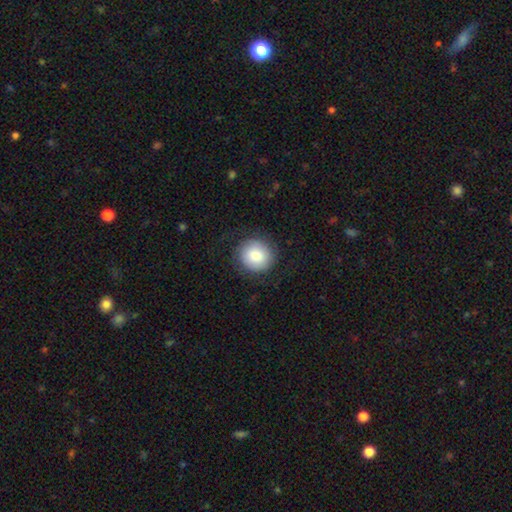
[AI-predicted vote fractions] Smooth or featured: smooth — 79% (featured or disk — 14%)
How rounded: round — 87% (in between — 12%)
Merging: none — 82% (minor disturbance — 12%)